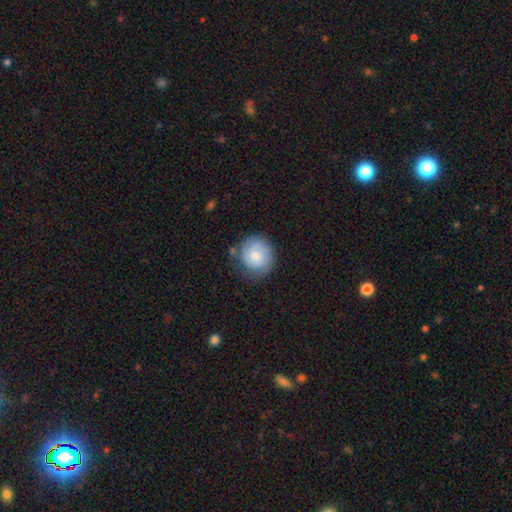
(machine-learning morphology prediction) smooth_or_featured: smooth (p=0.63) [alt: featured or disk p=0.30]
how_rounded: round (p=0.89) [alt: in between p=0.10]
merging: none (p=0.69) [alt: minor disturbance p=0.21]